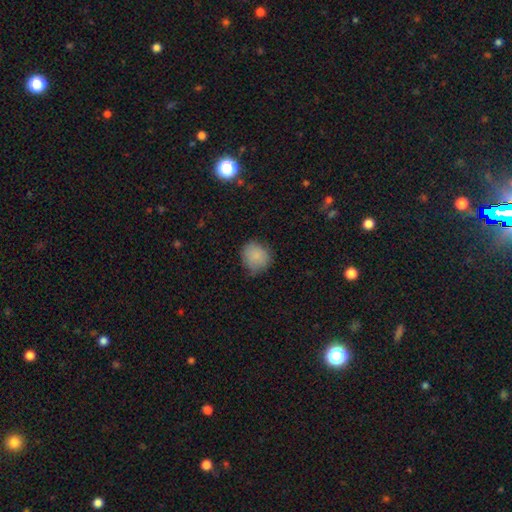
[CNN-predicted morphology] A smooth galaxy with no disk features (85%) that is round (84%). Merging: none (72%).